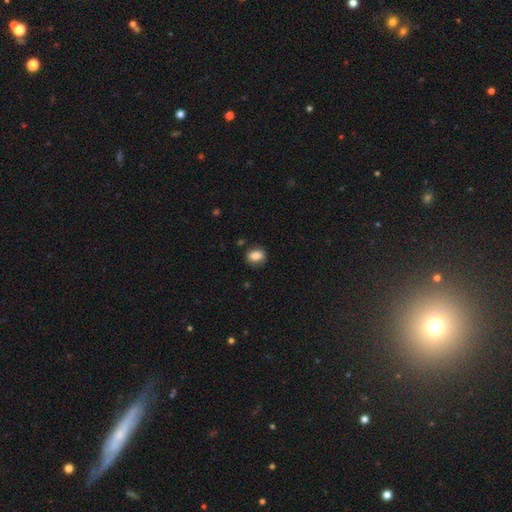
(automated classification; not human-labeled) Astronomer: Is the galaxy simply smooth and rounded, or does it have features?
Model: smooth — 82%.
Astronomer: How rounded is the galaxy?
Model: in between — 52% (runner-up: round, 46%).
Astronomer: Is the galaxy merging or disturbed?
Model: none — 82%.